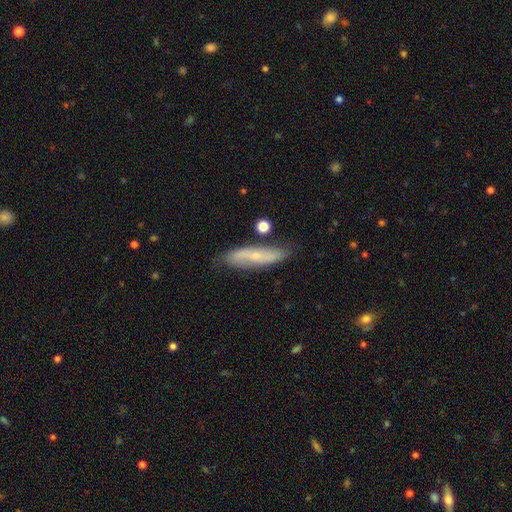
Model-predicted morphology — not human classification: This appears to be a featured or disk galaxy (50%). Merging: none (76%).